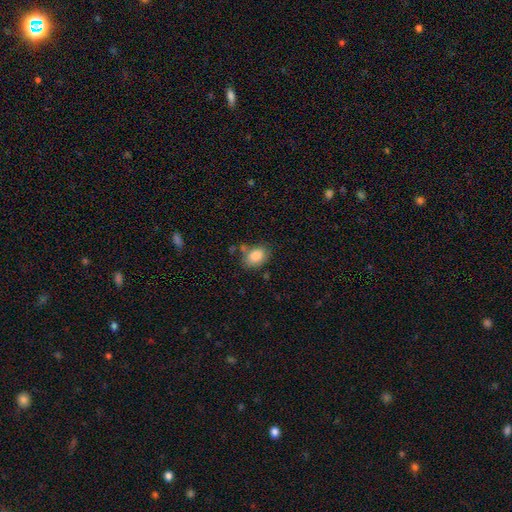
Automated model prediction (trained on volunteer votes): smooth-or-featured: smooth: 85% | star or artifact: 8% | featured or disk: 7%
  how-rounded: in between: 72% | round: 26% | cigar-shaped: 1%
  merging: none: 67% | minor disturbance: 19% | merger: 8% | major disturbance: 6%